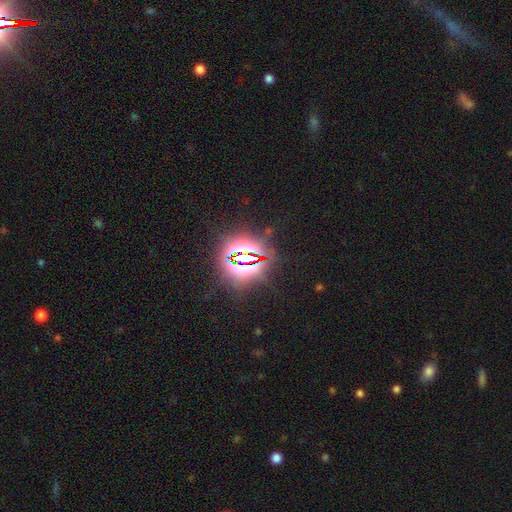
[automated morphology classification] Smooth or featured? star or artifact (82%)